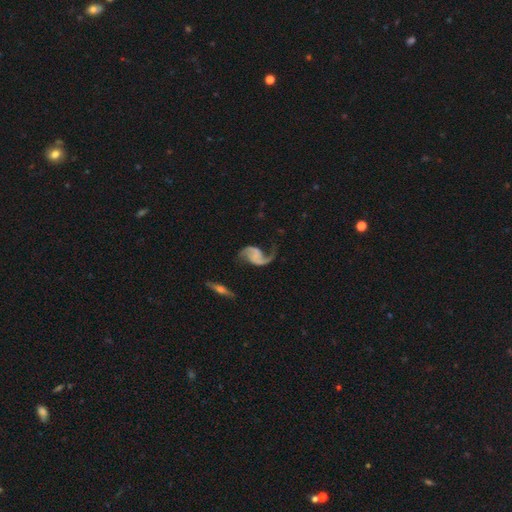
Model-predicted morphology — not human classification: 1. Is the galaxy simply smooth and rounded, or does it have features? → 86% featured or disk, 9% smooth, 5% star or artifact.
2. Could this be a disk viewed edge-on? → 97% no, 3% yes.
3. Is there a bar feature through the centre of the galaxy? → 59% no, 30% weak, 10% strong.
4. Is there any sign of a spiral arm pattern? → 95% yes, 5% no.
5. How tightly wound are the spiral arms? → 72% loose, 23% medium, 5% tight.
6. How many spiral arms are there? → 82% 2, 13% 1, 2% can't tell, 1% 3, 1% 4, 1% more than 4.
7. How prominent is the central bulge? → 60% none, 27% small, 8% moderate, 3% large, 2% dominant.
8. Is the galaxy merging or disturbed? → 55% none, 20% major disturbance, 20% minor disturbance, 5% merger.